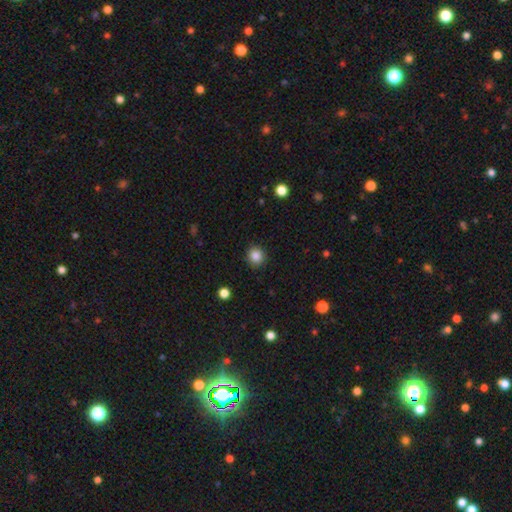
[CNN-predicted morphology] smooth 85%, star or artifact 10%, featured or disk 4%. Down the decision tree: how rounded — round (91%); merging — none (91%).